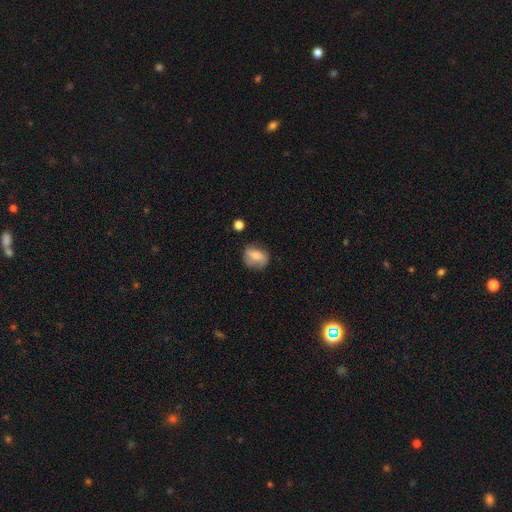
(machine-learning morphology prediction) A smooth galaxy with no disk features (55%) that is in between round and cigar-shaped (51%). Merging: none (67%).